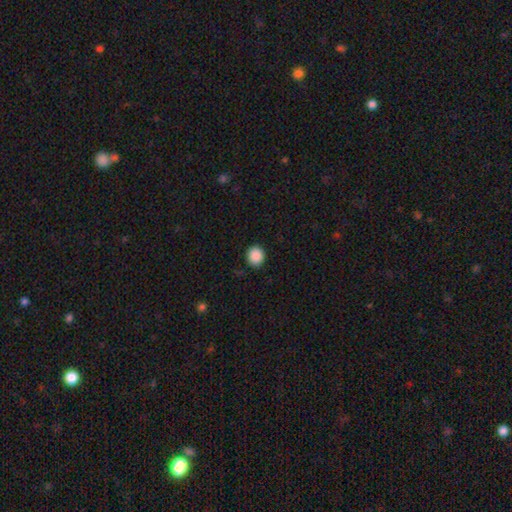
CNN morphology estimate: smooth_or_featured: smooth (p=0.89) [alt: star or artifact p=0.09]
how_rounded: round (p=0.85) [alt: in between p=0.14]
merging: none (p=0.90) [alt: minor disturbance p=0.07]